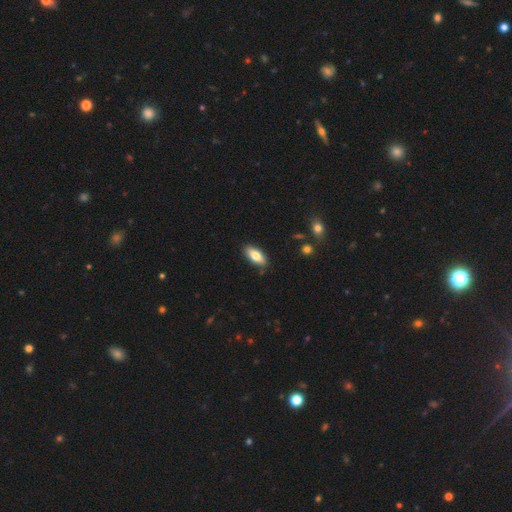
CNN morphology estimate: This is likely a smooth galaxy (76%). How rounded: clearly in between (81%). Merging: clearly none (87%).